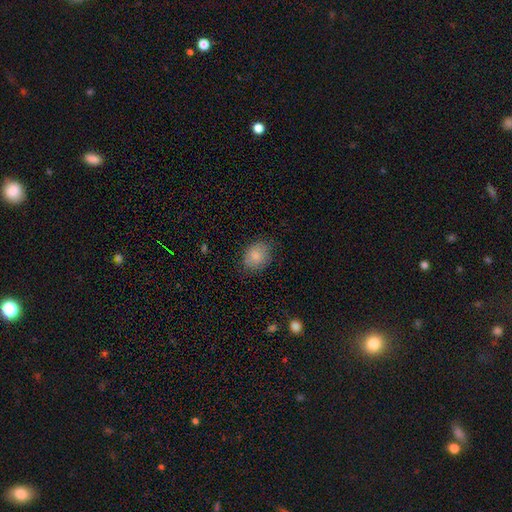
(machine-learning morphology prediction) Q: Smooth or featured?
A: smooth (83%); runner-up: star or artifact (8%)
Q: How rounded?
A: round (52%); runner-up: in between (48%)
Q: Merging?
A: none (77%); runner-up: minor disturbance (18%)